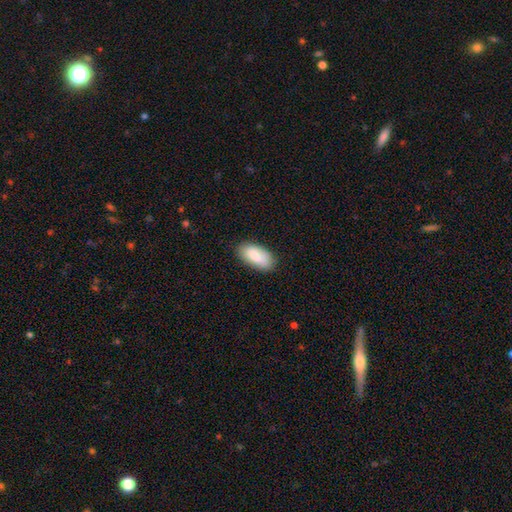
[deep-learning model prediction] This is clearly a smooth galaxy (86%). How rounded: clearly in between (92%). Merging: clearly none (83%).